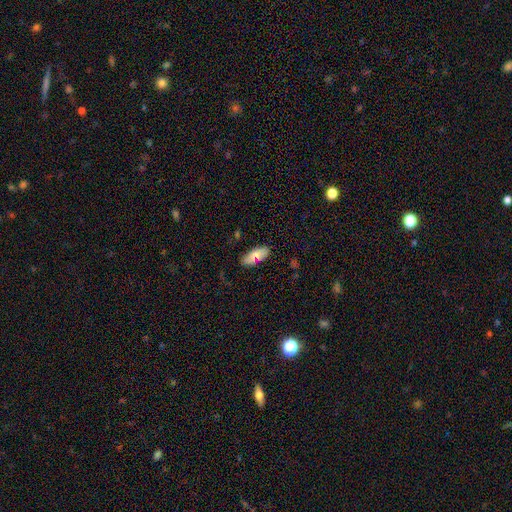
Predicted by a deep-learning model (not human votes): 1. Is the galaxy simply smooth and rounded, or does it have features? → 78% smooth, 14% featured or disk, 8% star or artifact.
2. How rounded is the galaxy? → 84% in between, 14% cigar-shaped, 2% round.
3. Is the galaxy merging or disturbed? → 82% none, 13% minor disturbance, 3% merger, 2% major disturbance.